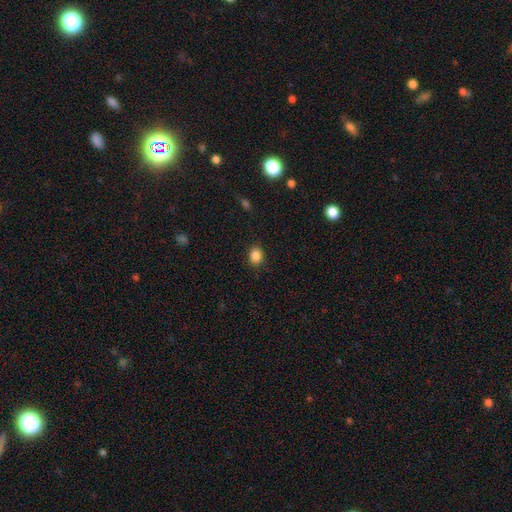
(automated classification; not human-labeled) This is clearly a smooth galaxy (86%). How rounded: possibly round (51%). Merging: clearly none (88%).